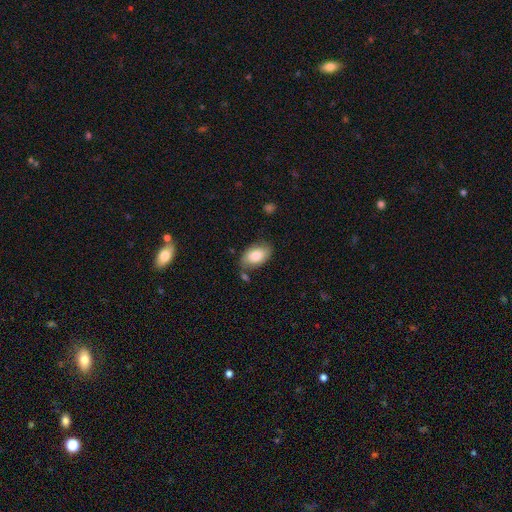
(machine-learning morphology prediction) Smooth or featured? smooth (81%)
How rounded? in between (92%)
Merging? none (72%)